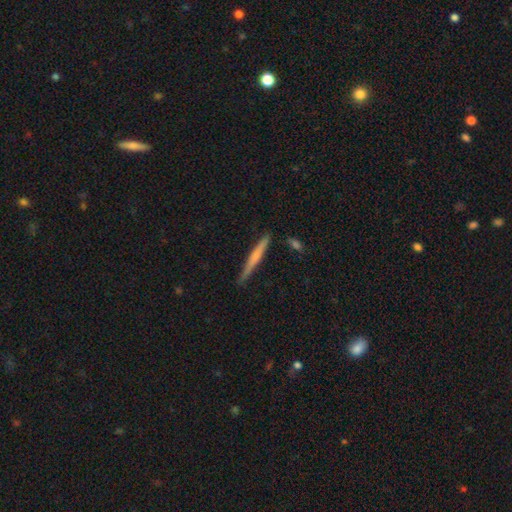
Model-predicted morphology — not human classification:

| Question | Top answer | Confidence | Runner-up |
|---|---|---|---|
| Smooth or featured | smooth | 52% | featured or disk (43%) |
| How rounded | cigar-shaped | 96% | in between (3%) |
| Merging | none | 85% | minor disturbance (11%) |